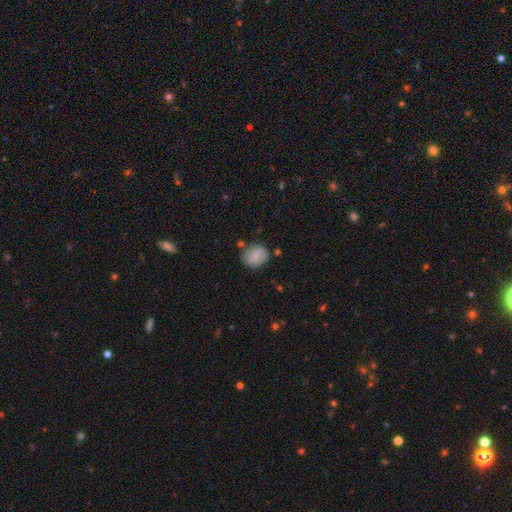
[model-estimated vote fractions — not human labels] Smooth or featured? Predicted: smooth (p=0.74). How rounded? Predicted: round (p=0.63). Merging? Predicted: none (p=0.71).